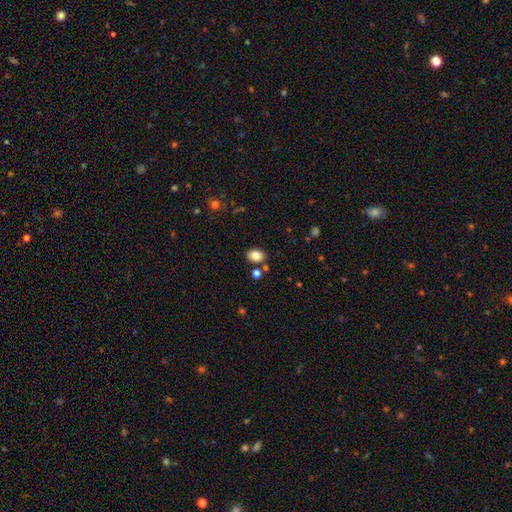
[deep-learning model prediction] smooth 83%, star or artifact 10%, featured or disk 7%. Down the decision tree: how rounded — in between (68%); merging — none (80%).